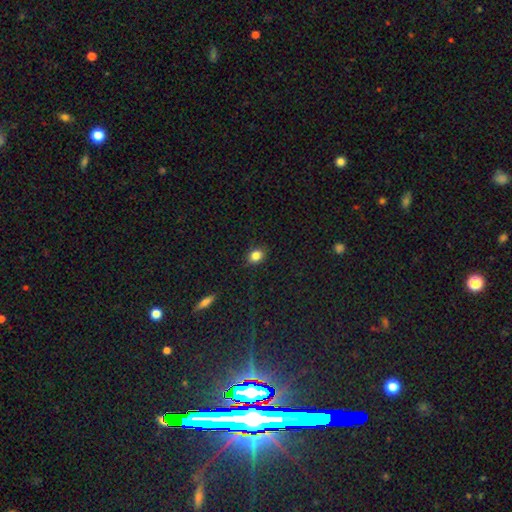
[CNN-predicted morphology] The model was most divided on "how rounded": in between: 51%, round: 47%, cigar-shaped: 1%. More confident: merging — none (88%); smooth or featured — smooth (83%).